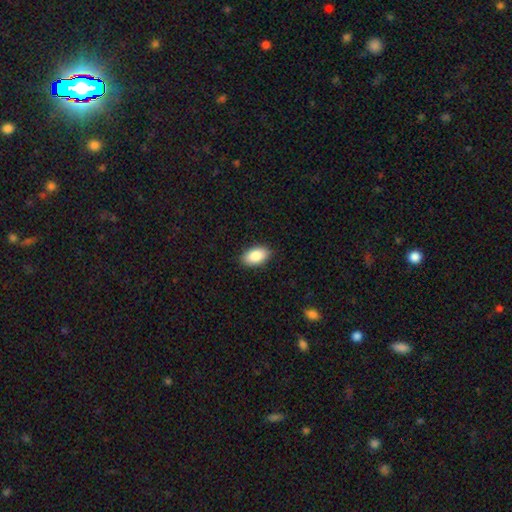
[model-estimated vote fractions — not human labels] Smooth or featured? Predicted: smooth (p=0.88). How rounded? Predicted: in between (p=0.94). Merging? Predicted: none (p=0.89).